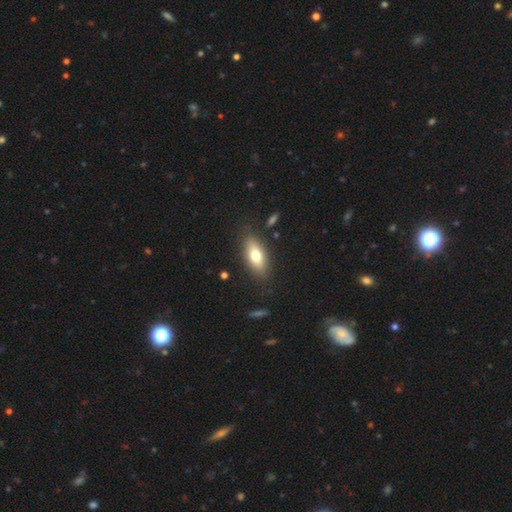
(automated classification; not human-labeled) This appears to be a smooth galaxy with no disk features (70%) that is in between round and cigar-shaped (80%). Merging: none (84%).